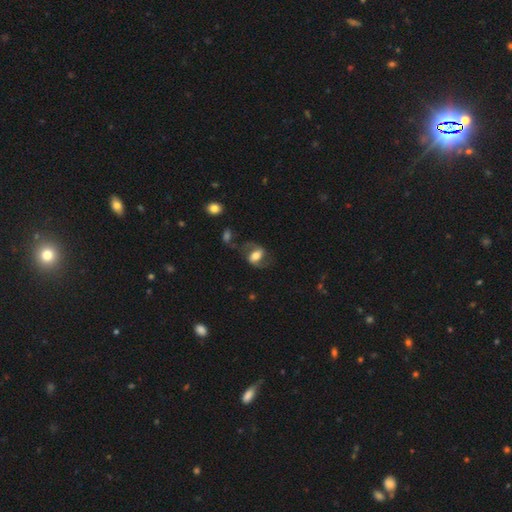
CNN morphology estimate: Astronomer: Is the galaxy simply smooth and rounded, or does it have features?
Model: featured or disk — 58% (runner-up: smooth, 35%).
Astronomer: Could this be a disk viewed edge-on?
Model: no — 93%.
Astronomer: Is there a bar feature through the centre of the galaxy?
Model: strong — 39% (runner-up: weak, 37%).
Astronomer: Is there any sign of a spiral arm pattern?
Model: yes — 81%.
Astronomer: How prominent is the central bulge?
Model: moderate — 49% (runner-up: large, 31%).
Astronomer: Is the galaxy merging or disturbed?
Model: none — 60%.